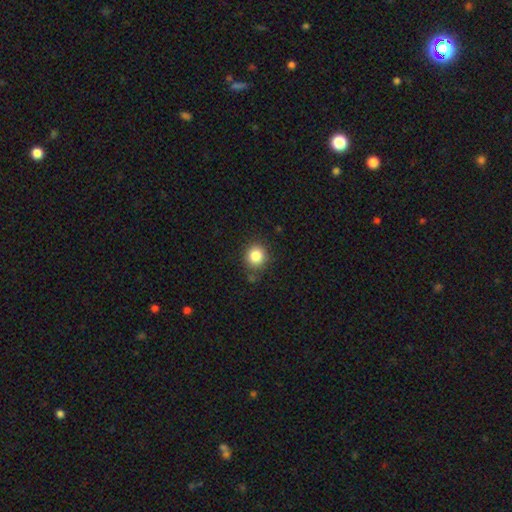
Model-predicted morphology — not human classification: Smooth or featured: smooth — 84% (star or artifact — 10%)
How rounded: round — 87% (in between — 12%)
Merging: none — 81% (minor disturbance — 13%)